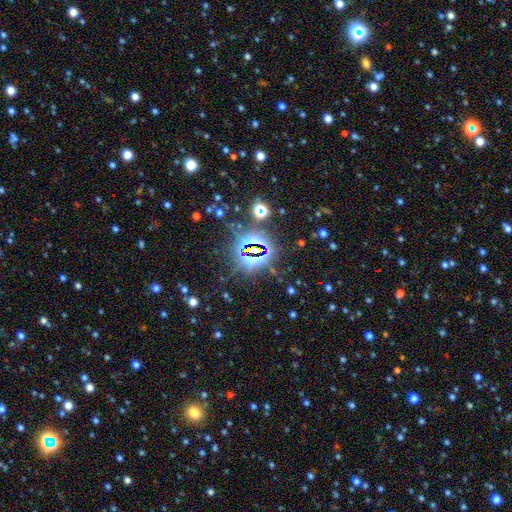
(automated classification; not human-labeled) Overall: star or artifact (79%).